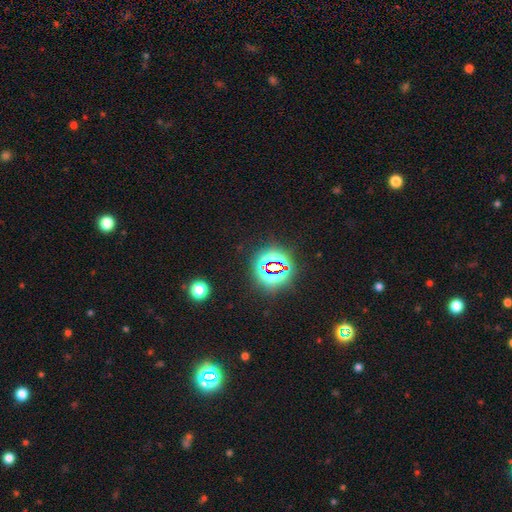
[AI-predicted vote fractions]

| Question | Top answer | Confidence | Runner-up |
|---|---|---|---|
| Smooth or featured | star or artifact | 77% | smooth (15%) |